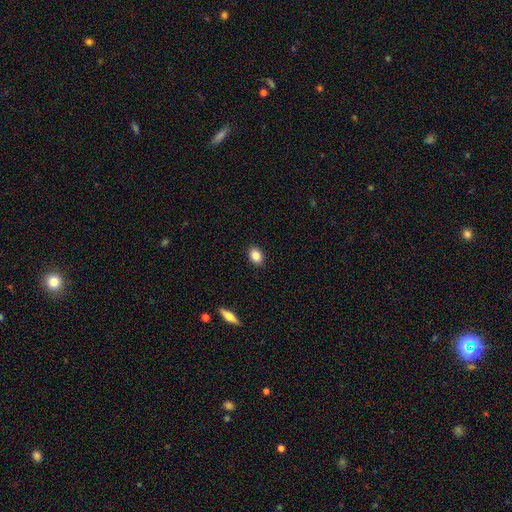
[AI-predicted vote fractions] Smooth or featured? smooth (85%)
How rounded? in between (74%)
Merging? none (89%)